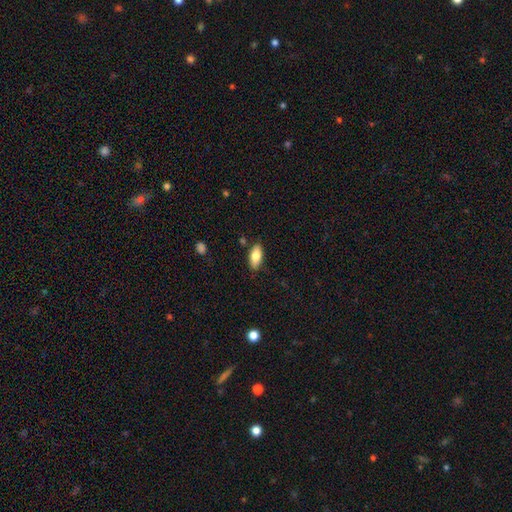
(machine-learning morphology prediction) Smooth or featured? Predicted: smooth (p=0.80). How rounded? Predicted: in between (p=0.87). Merging? Predicted: none (p=0.85).